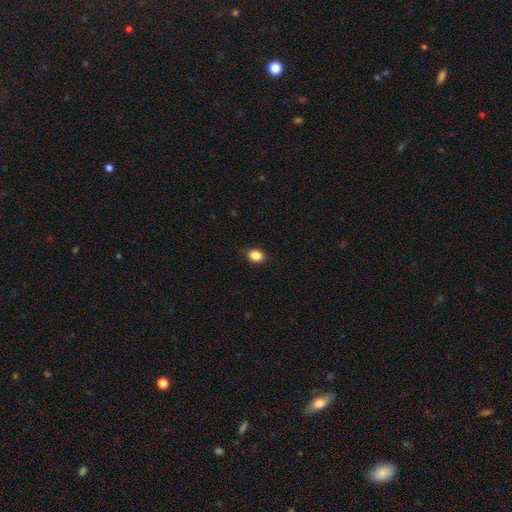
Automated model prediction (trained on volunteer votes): smooth 86%, star or artifact 10%, featured or disk 4%. Down the decision tree: how rounded — in between (53%); merging — none (89%).